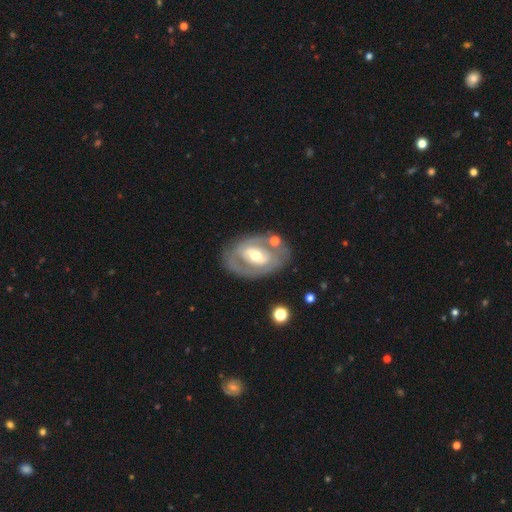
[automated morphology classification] Smooth or featured? Predicted: featured or disk (p=0.71). Edge-on disk? Predicted: no (p=0.93). Bar? Predicted: no (p=0.36, tied with weak). Spiral arms? Predicted: no (p=0.58). Bulge size? Predicted: moderate (p=0.66). Merging? Predicted: none (p=0.70).